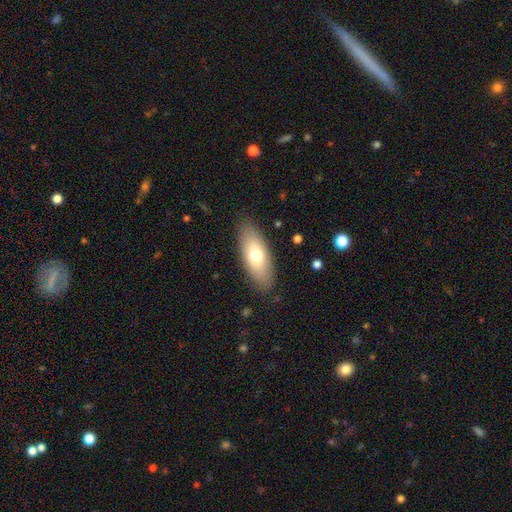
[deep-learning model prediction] Smooth or featured?
  - smooth: 68% *
  - featured or disk: 26%
  - star or artifact: 7%
How rounded?
  - in between: 78% *
  - cigar-shaped: 19%
  - round: 3%
Merging?
  - none: 86% *
  - minor disturbance: 10%
  - major disturbance: 3%
  - merger: 1%